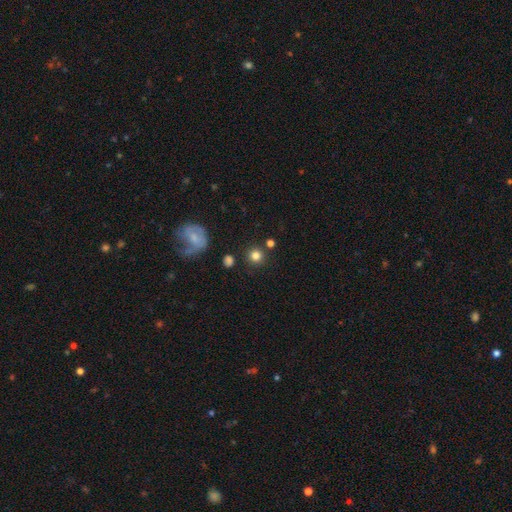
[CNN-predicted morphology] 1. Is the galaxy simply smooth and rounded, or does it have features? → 80% smooth, 12% star or artifact, 8% featured or disk.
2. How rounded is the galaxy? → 93% round, 6% in between, 1% cigar-shaped.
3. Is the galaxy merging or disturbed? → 84% none, 8% minor disturbance, 6% merger, 3% major disturbance.